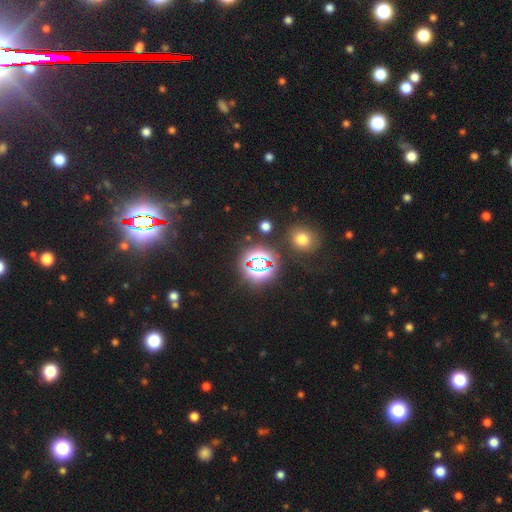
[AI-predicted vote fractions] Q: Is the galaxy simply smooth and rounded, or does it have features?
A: star or artifact — 73%.